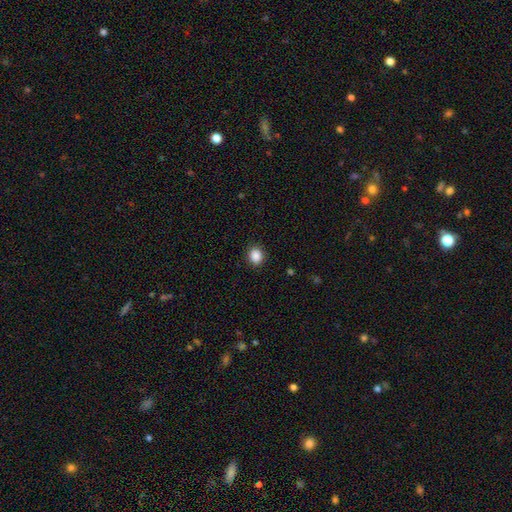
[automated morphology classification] A smooth galaxy with no disk features (88%) that is round (68%).

Vote fractions:
- Smooth or featured? smooth: 88% / star or artifact: 9% / featured or disk: 3%
- How rounded? round: 68% / in between: 31% / cigar-shaped: 1%
- Merging? none: 89% / minor disturbance: 8% / major disturbance: 2% / merger: 1%